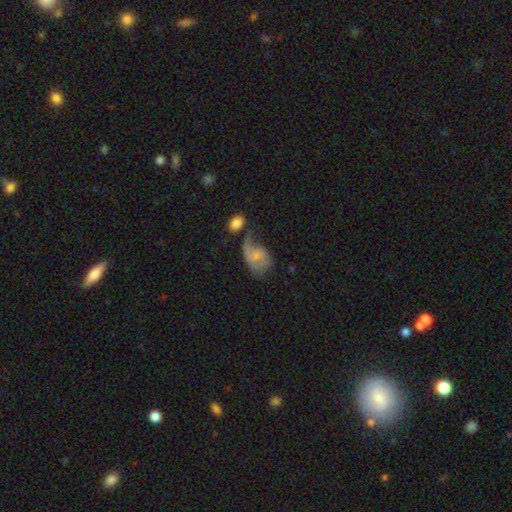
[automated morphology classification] A featured or disk galaxy (51%).

Vote fractions:
- Smooth or featured? featured or disk: 51% / smooth: 41% / star or artifact: 8%
- Edge-on disk? no: 97% / yes: 3%
- Merging? major disturbance: 43% / none: 22% / minor disturbance: 22% / merger: 12%